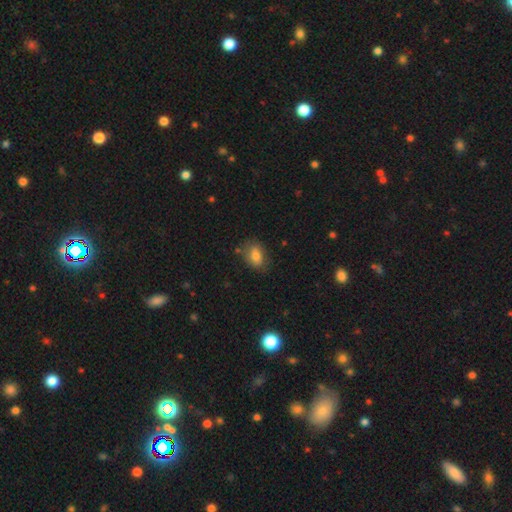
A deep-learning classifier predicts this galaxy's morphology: smooth 78%, featured or disk 14%, star or artifact 8%. Down the decision tree: how rounded — in between (83%); merging — none (69%).